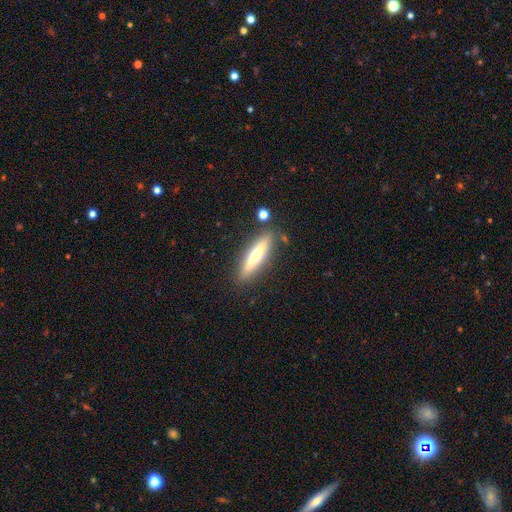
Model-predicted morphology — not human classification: Smooth or featured: featured or disk — 50% (smooth — 43%)
Edge-on disk: yes — 90% (no — 10%)
Merging: none — 85% (minor disturbance — 10%)